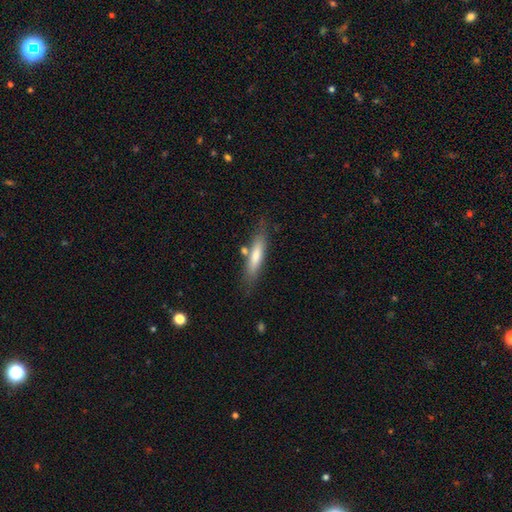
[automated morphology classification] Q: Smooth or featured?
A: smooth (69%); runner-up: featured or disk (25%)
Q: How rounded?
A: cigar-shaped (81%); runner-up: in between (18%)
Q: Merging?
A: none (70%); runner-up: minor disturbance (16%)